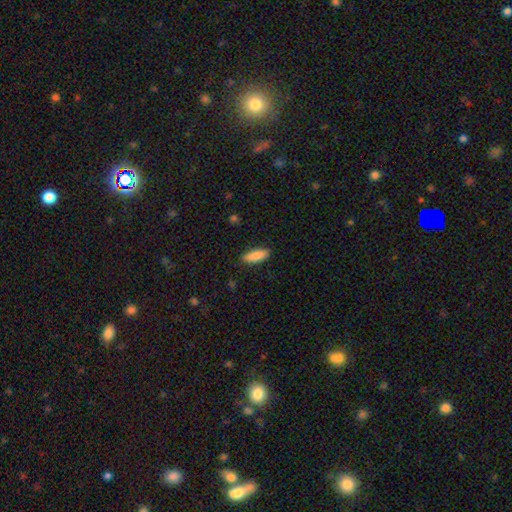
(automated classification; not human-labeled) smooth 88%, star or artifact 6%, featured or disk 6%. Down the decision tree: how rounded — in between (60%); merging — none (88%).